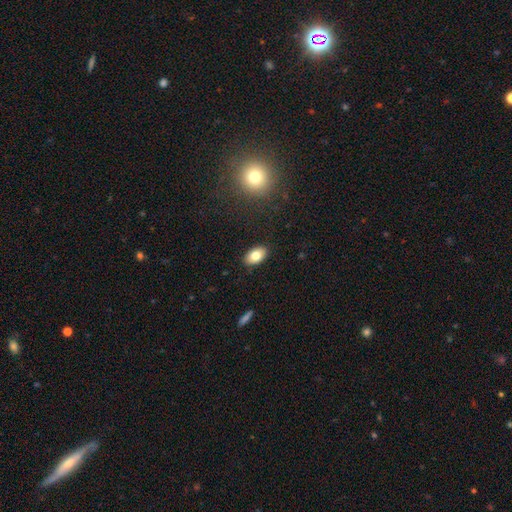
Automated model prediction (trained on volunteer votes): Smooth or featured?
  - smooth: 80% *
  - featured or disk: 12%
  - star or artifact: 8%
How rounded?
  - in between: 92% *
  - round: 6%
  - cigar-shaped: 2%
Merging?
  - none: 88% *
  - minor disturbance: 9%
  - major disturbance: 2%
  - merger: 1%